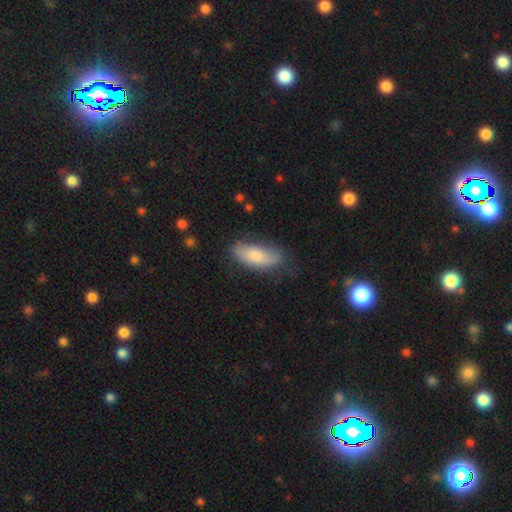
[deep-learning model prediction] The model was most divided on "merging": none: 60%, minor disturbance: 29%, major disturbance: 9%, merger: 2%. More confident: how rounded — in between (80%); smooth or featured — smooth (75%).